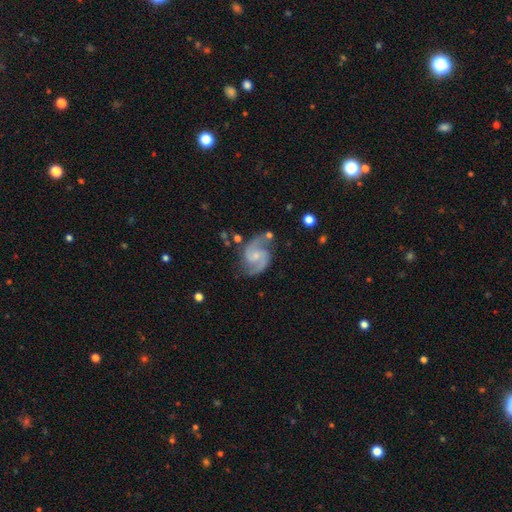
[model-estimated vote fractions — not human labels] Morphology: type=featured or disk (89%); edge-on=no (98%); bar=no (49%); spiral arms=yes (98%); winding=medium (58%); arm count=2 (92%); bulge=small (60%); merging=none (70%).